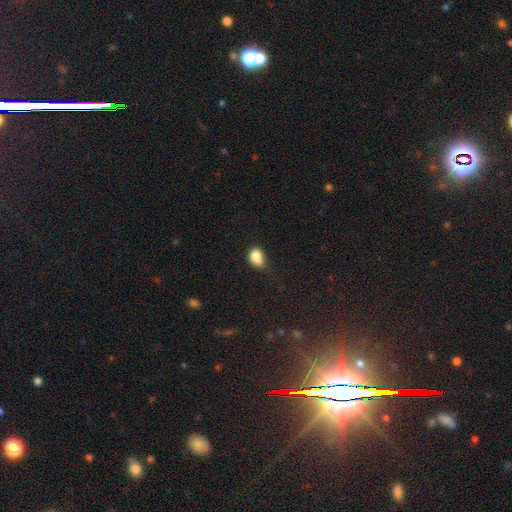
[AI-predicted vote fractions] Q: Smooth or featured?
A: smooth (78%); runner-up: featured or disk (11%)
Q: How rounded?
A: in between (60%); runner-up: round (39%)
Q: Merging?
A: none (37%); runner-up: merger (28%)